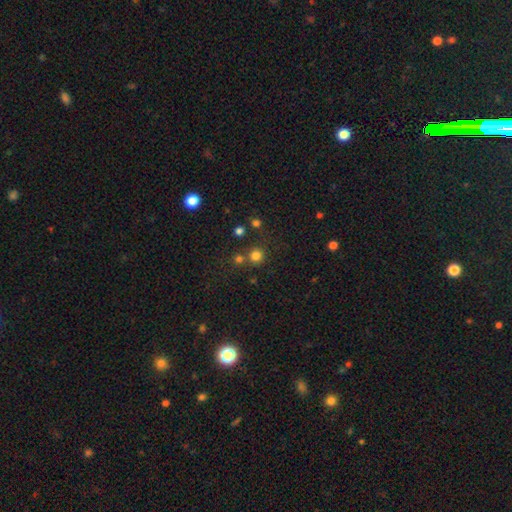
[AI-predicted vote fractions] Smooth or featured?
  - smooth: 77% *
  - star or artifact: 18%
  - featured or disk: 6%
How rounded?
  - round: 93% *
  - in between: 6%
  - cigar-shaped: 1%
Merging?
  - none: 72% *
  - merger: 18%
  - minor disturbance: 7%
  - major disturbance: 3%